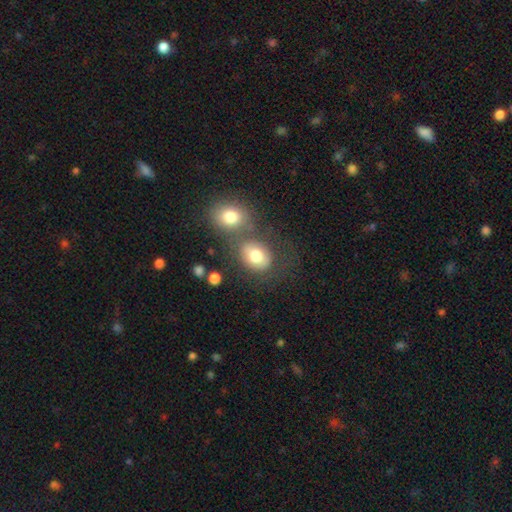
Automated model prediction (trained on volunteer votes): This appears to be a smooth galaxy with no disk features (77%) that is in between round and cigar-shaped (52%). Merging: none (46%).